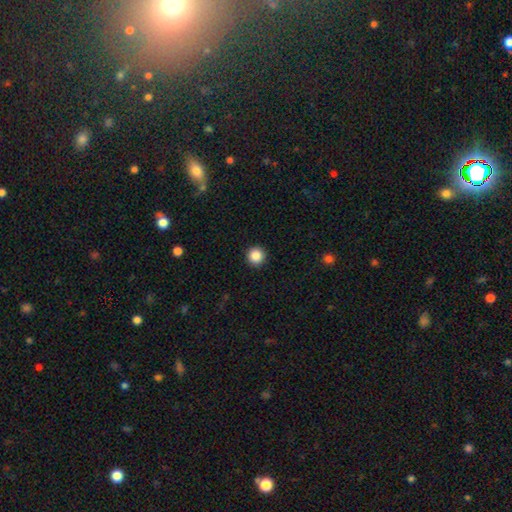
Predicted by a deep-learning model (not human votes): A smooth galaxy with no disk features (87%) that is round (96%).

Vote fractions:
- Smooth or featured? smooth: 87% / star or artifact: 10% / featured or disk: 3%
- How rounded? round: 96% / in between: 3% / cigar-shaped: 1%
- Merging? none: 93% / minor disturbance: 4% / major disturbance: 2% / merger: 1%